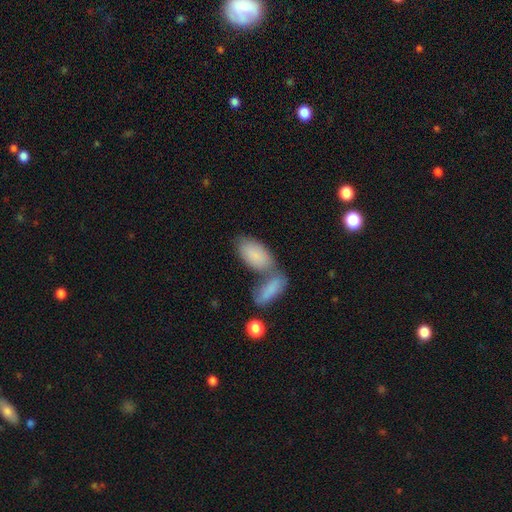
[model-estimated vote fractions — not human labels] A smooth galaxy with no disk features (83%) that is in between round and cigar-shaped (91%). Merging: merger (46%).